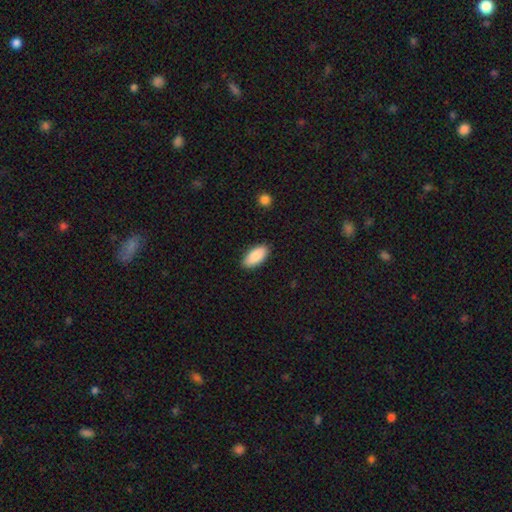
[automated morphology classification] Smooth or featured? Predicted: smooth (p=0.88). How rounded? Predicted: in between (p=0.91). Merging? Predicted: none (p=0.88).